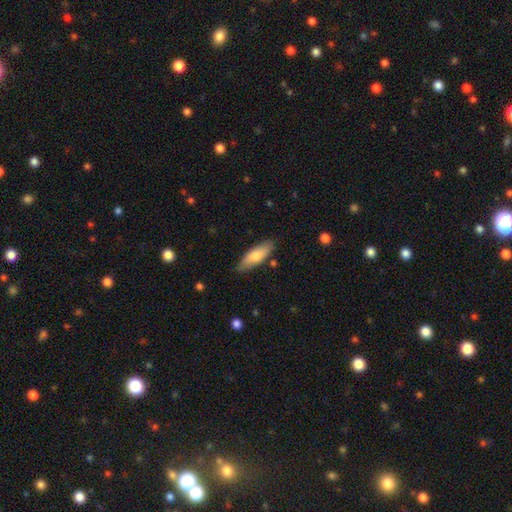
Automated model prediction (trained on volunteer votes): A smooth galaxy with no disk features (74%) that is in between round and cigar-shaped (62%). Merging: none (82%).